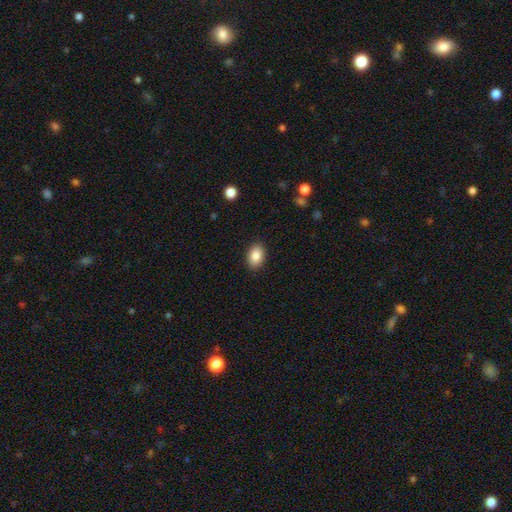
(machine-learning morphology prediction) Smooth or featured? smooth (87%)
How rounded? in between (85%)
Merging? none (89%)